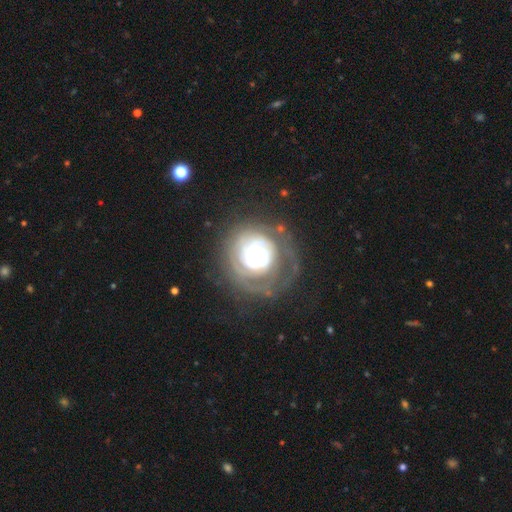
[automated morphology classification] The model was most divided on "spiral arm count": can't tell: 41%, 2: 25%, 3: 13%, 1: 9%, 4: 7%, more than 4: 6%. More confident: edge-on disk — no (98%); spiral arms — yes (88%); smooth or featured — featured or disk (80%); bar — no (79%); spiral winding — tight (73%); merging — none (58%); bulge size — moderate (52%).